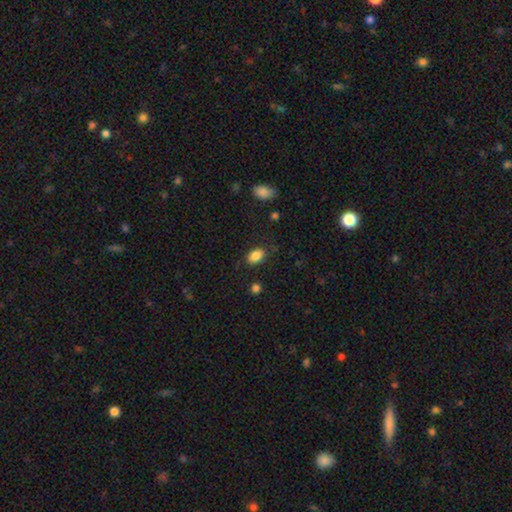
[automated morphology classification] smooth-or-featured: smooth: 87% | star or artifact: 9% | featured or disk: 5%
  how-rounded: in between: 87% | round: 12% | cigar-shaped: 1%
  merging: none: 83% | minor disturbance: 12% | major disturbance: 3% | merger: 2%